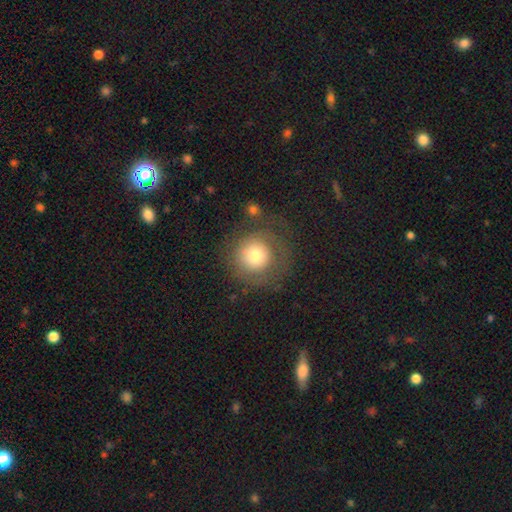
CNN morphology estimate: Smooth or featured?
  - smooth: 67% *
  - featured or disk: 22%
  - star or artifact: 11%
How rounded?
  - round: 93% *
  - in between: 6%
  - cigar-shaped: 1%
Merging?
  - none: 65% *
  - minor disturbance: 16%
  - major disturbance: 15%
  - merger: 4%